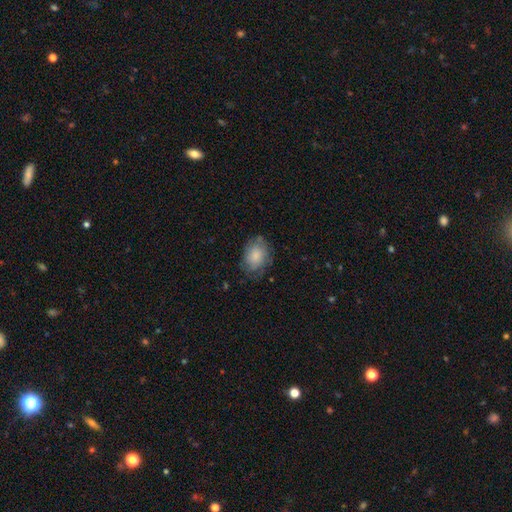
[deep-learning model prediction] The model was most divided on "merging": none: 63%, minor disturbance: 26%, major disturbance: 9%, merger: 2%. More confident: smooth or featured — smooth (77%); how rounded — in between (70%).